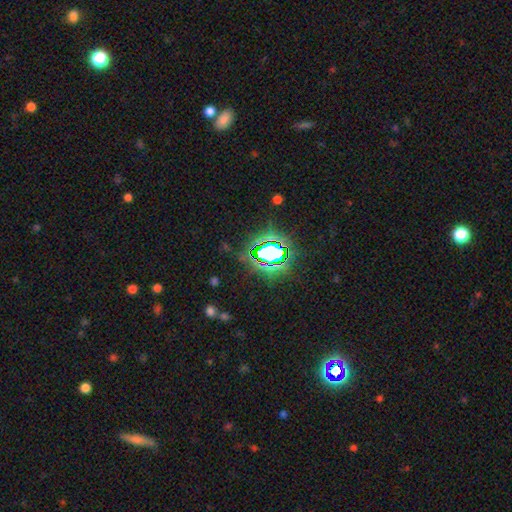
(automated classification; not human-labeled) A star or artifact, not a galaxy (80%).